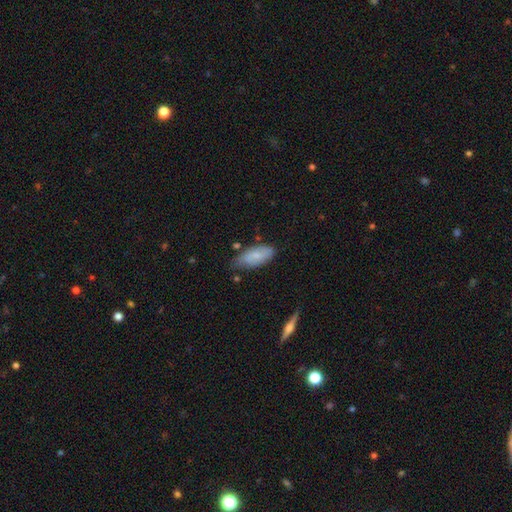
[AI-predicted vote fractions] A smooth galaxy with no disk features (67%) that is in between round and cigar-shaped (87%).

Vote fractions:
- Smooth or featured? smooth: 67% / featured or disk: 26% / star or artifact: 7%
- How rounded? in between: 87% / cigar-shaped: 11% / round: 2%
- Merging? none: 63% / minor disturbance: 29% / major disturbance: 5% / merger: 4%